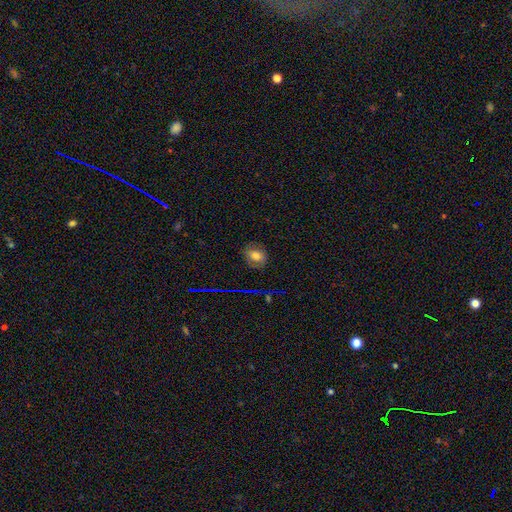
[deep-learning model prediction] Smooth or featured?
  - smooth: 63% *
  - featured or disk: 22%
  - star or artifact: 15%
How rounded?
  - round: 55% *
  - in between: 44%
  - cigar-shaped: 1%
Merging?
  - none: 80% *
  - minor disturbance: 15%
  - major disturbance: 4%
  - merger: 1%